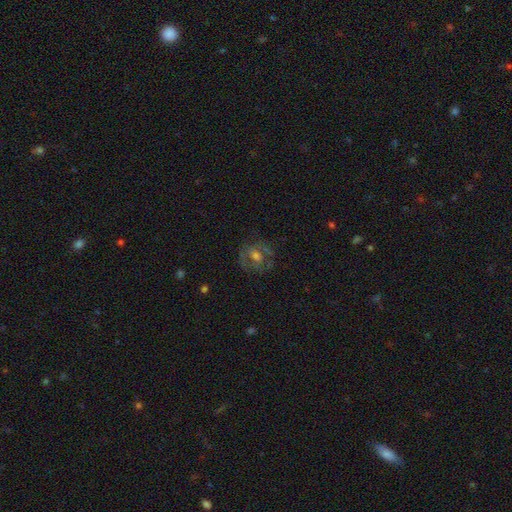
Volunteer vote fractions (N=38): A featured or disk galaxy (63%) with no bar (67%), no spiral arms (83%) and a moderate central bulge (38%).

Vote fractions:
- Smooth or featured? featured or disk: 63% / smooth: 29% / star or artifact: 8%
- Edge-on disk? no: 100% / yes: 0%
- Bar? no: 67% / weak: 25% / strong: 8%
- Spiral arms? no: 83% / yes: 17%
- Bulge size? moderate: 38% / large: 29% / small: 17% / none: 12% / dominant: 4%
- Merging? none: 80% / minor disturbance: 14% / major disturbance: 3% / merger: 3%